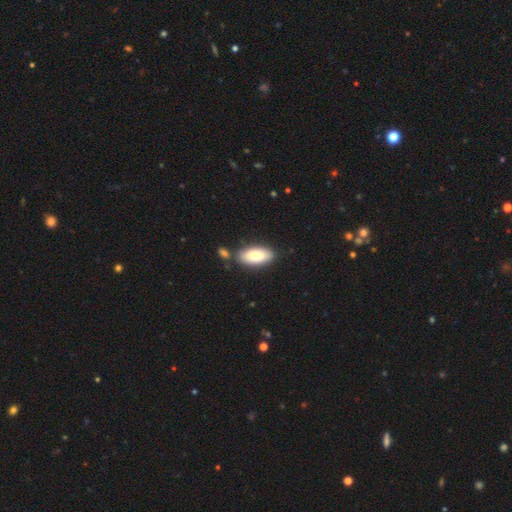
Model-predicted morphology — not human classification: A smooth galaxy with no disk features (83%) that is in between round and cigar-shaped (89%).

Vote fractions:
- Smooth or featured? smooth: 83% / featured or disk: 11% / star or artifact: 6%
- How rounded? in between: 89% / cigar-shaped: 9% / round: 2%
- Merging? none: 75% / minor disturbance: 12% / merger: 10% / major disturbance: 3%